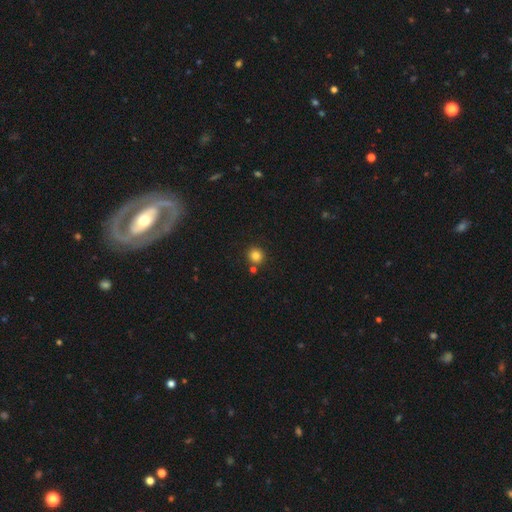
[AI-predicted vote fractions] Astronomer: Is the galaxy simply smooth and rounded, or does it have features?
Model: smooth — 83%.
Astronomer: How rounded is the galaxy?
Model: round — 92%.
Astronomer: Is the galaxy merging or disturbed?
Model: none — 82%.